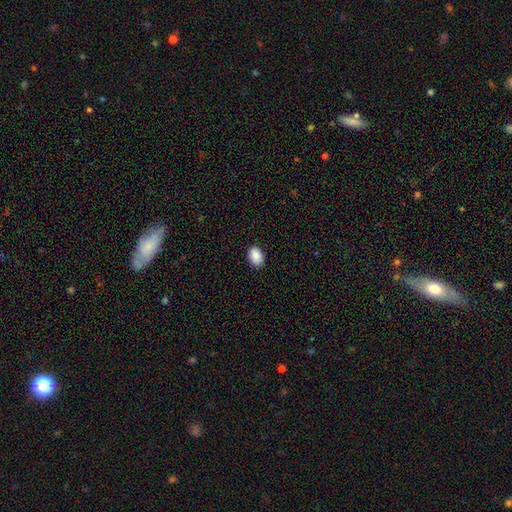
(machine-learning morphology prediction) type=smooth (90%); roundness=in between (85%); merging=none (88%).